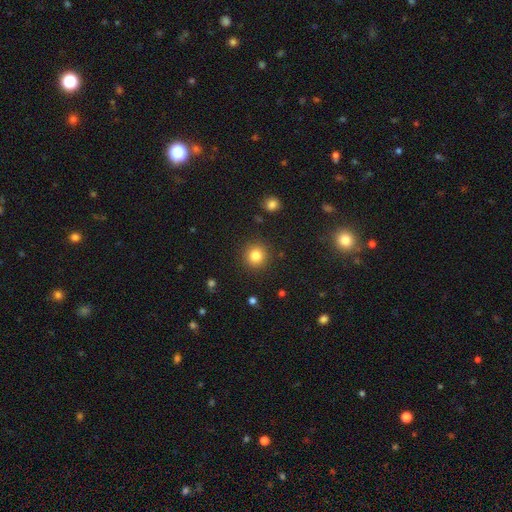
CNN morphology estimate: Smooth or featured? smooth (82%)
How rounded? round (93%)
Merging? none (90%)